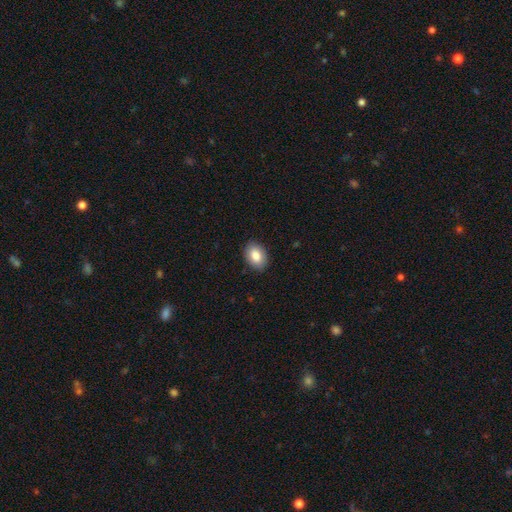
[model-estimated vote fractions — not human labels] This is clearly a smooth galaxy (85%). How rounded: clearly in between (83%). Merging: clearly none (89%).